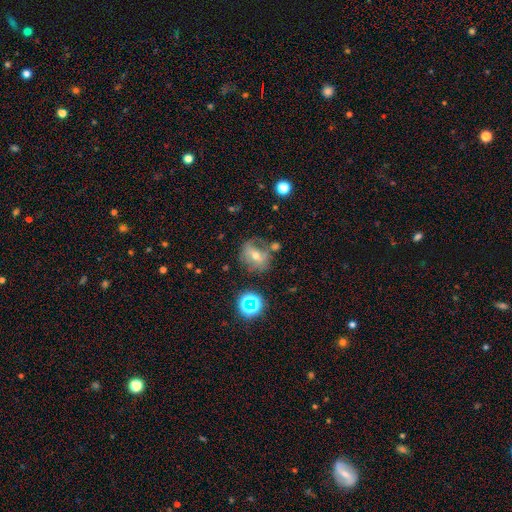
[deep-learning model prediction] smooth 42%, featured or disk 40%, star or artifact 17%. Down the decision tree: merging — none (53%).